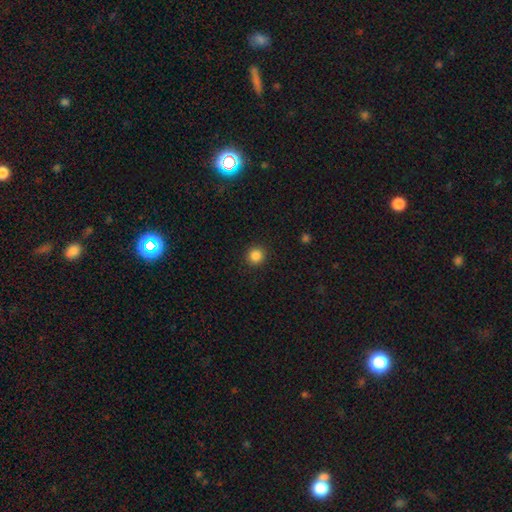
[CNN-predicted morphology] type=smooth (85%); roundness=round (93%); merging=none (92%).